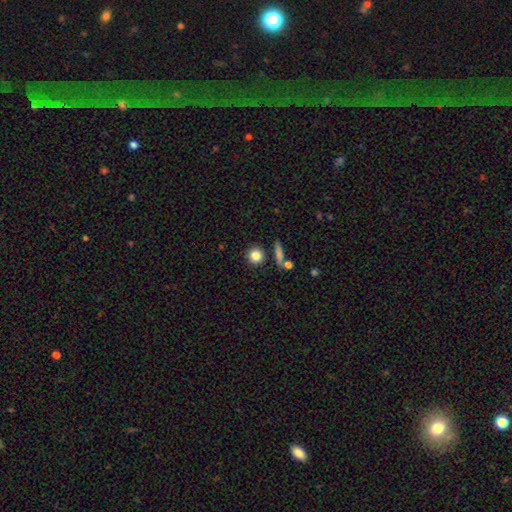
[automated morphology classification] smooth 83%, star or artifact 9%, featured or disk 7%. Down the decision tree: how rounded — round (90%); merging — none (83%).